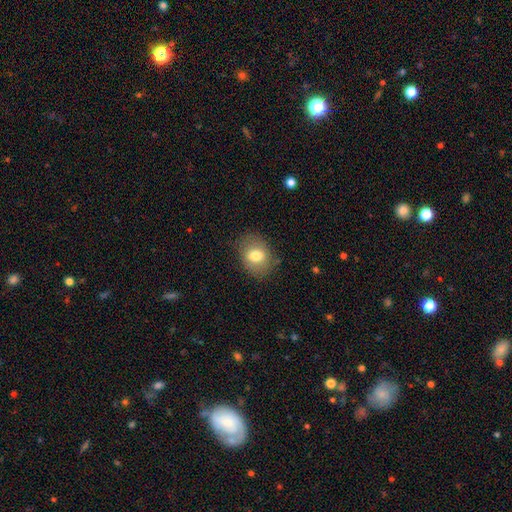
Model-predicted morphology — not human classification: Smooth or featured: smooth — 74% (featured or disk — 17%)
How rounded: in between — 56% (round — 43%)
Merging: none — 78% (minor disturbance — 16%)